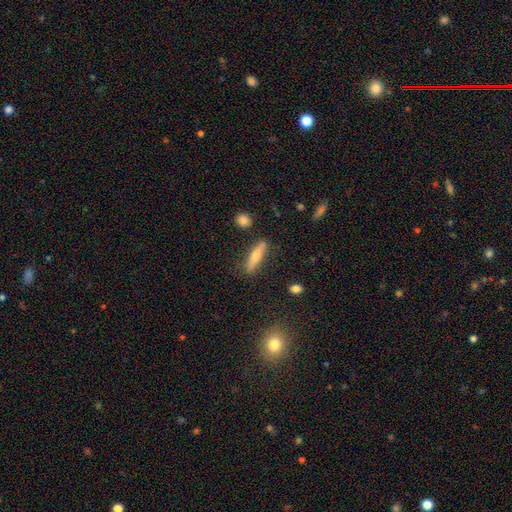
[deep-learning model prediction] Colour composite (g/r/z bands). It shows a smooth galaxy with no disk features (49%). Merging: none (85%).